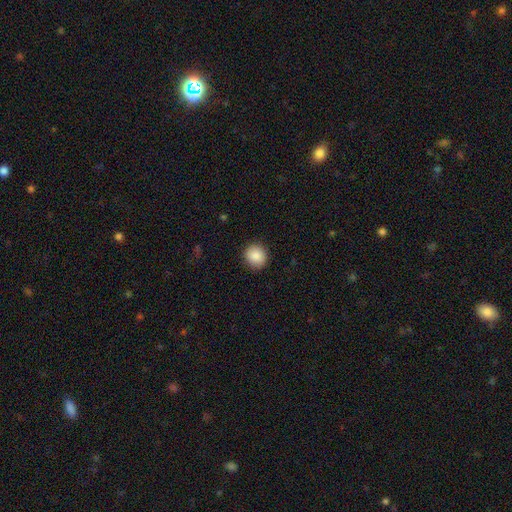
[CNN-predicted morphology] smooth 87%, star or artifact 8%, featured or disk 4%. Down the decision tree: how rounded — round (89%); merging — none (90%).